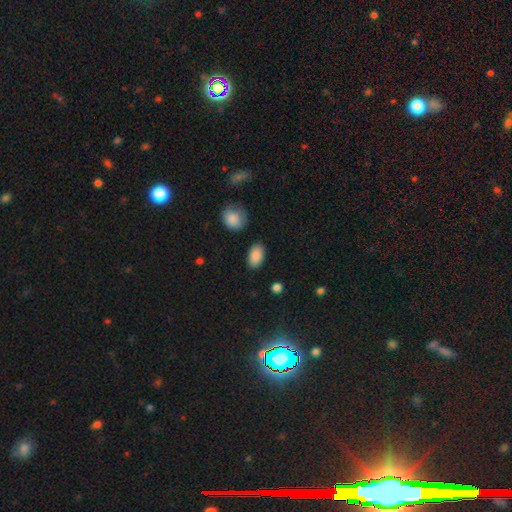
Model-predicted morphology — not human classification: Smooth or featured? Predicted: smooth (p=0.89). How rounded? Predicted: in between (p=0.92). Merging? Predicted: none (p=0.86).